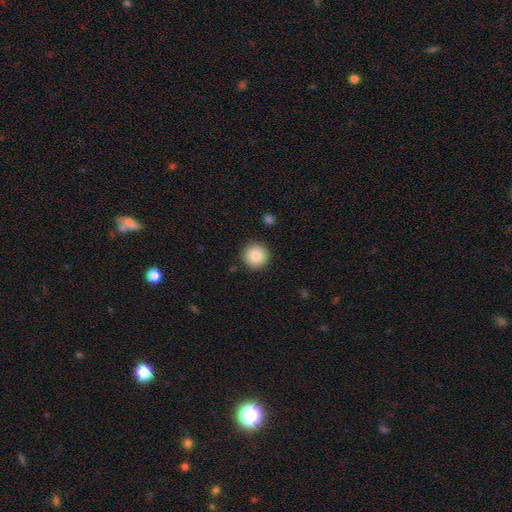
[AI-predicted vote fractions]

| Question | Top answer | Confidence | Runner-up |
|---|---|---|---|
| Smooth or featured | smooth | 85% | star or artifact (8%) |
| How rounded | round | 96% | in between (3%) |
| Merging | none | 92% | minor disturbance (5%) |